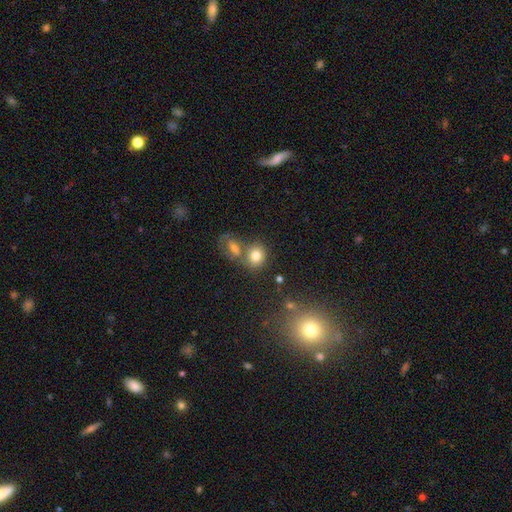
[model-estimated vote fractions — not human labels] Smooth or featured? Predicted: smooth (p=0.78). How rounded? Predicted: round (p=0.67). Merging? Predicted: none (p=0.54).